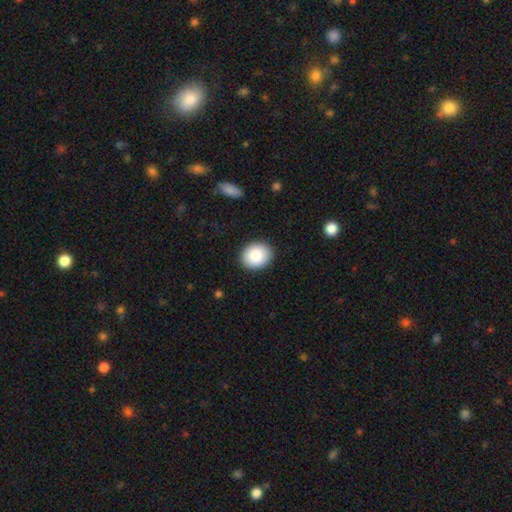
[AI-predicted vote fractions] Q: Smooth or featured?
A: smooth (87%); runner-up: star or artifact (7%)
Q: How rounded?
A: round (53%); runner-up: in between (46%)
Q: Merging?
A: none (90%); runner-up: minor disturbance (7%)